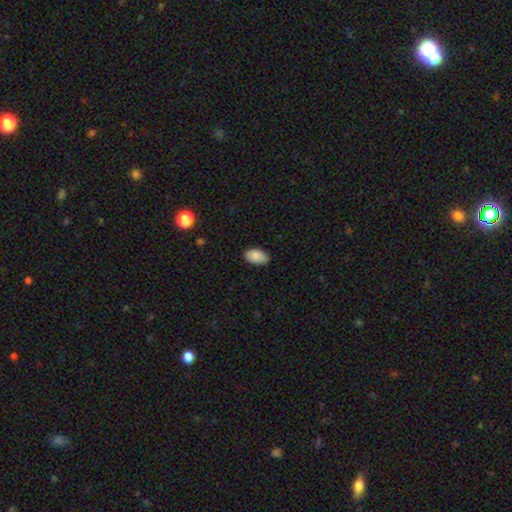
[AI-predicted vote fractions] Q: Smooth or featured?
A: smooth (88%); runner-up: star or artifact (7%)
Q: How rounded?
A: in between (94%); runner-up: round (5%)
Q: Merging?
A: none (81%); runner-up: minor disturbance (16%)